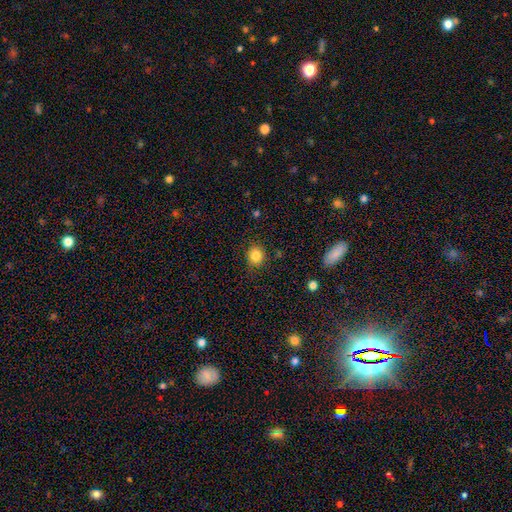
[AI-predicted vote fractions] smooth 84%, star or artifact 11%, featured or disk 5%. Down the decision tree: how rounded — round (81%); merging — none (86%).